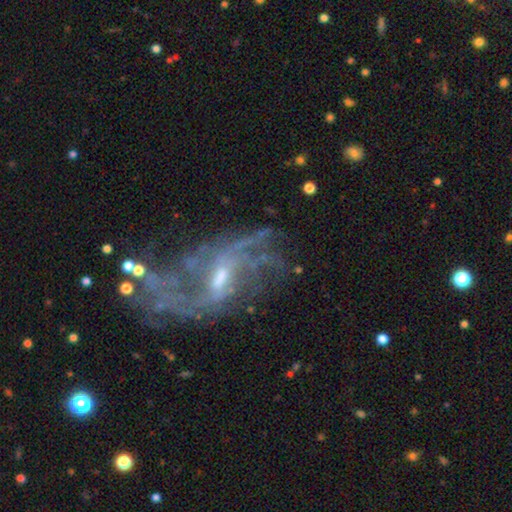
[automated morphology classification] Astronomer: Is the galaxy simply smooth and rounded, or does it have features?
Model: featured or disk — 78%.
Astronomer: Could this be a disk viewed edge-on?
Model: no — 94%.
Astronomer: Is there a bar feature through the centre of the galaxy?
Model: weak — 48% (runner-up: no, 34%).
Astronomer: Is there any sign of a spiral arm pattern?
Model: yes — 78%.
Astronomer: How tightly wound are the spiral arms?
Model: loose — 68%.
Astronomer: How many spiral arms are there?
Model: can't tell — 34%, tied with 2 at 34%.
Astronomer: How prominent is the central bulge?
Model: small — 57% (runner-up: moderate, 32%).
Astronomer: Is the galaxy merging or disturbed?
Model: none — 43% (runner-up: major disturbance, 33%).